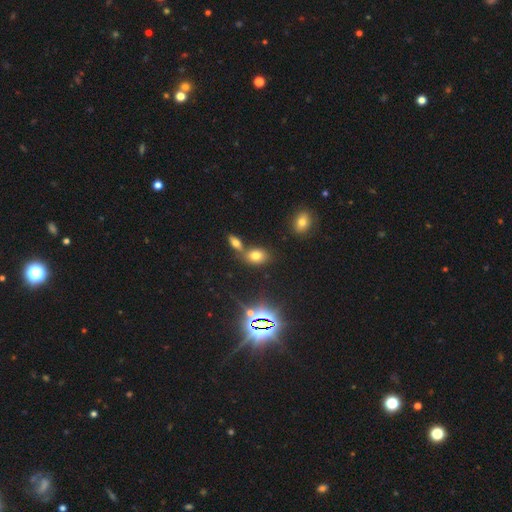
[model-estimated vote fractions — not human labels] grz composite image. It shows a smooth galaxy with no disk features (67%) that is in between round and cigar-shaped (73%). Merging: none (56%).